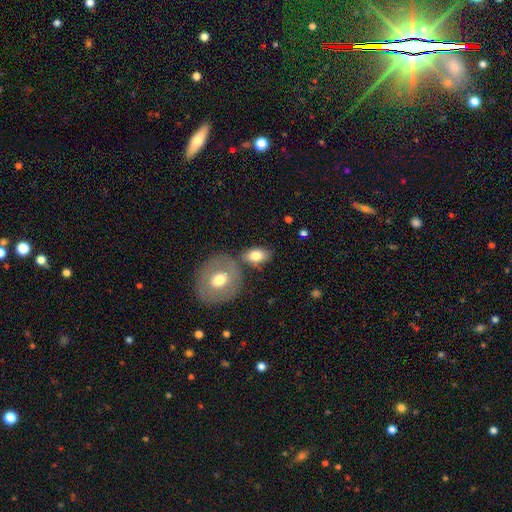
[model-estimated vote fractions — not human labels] Overall: smooth (77%). How rounded: in between (84%). Merging: none (62%).